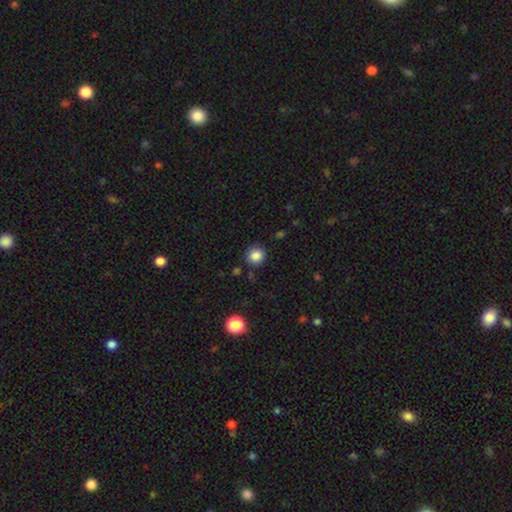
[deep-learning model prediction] smooth_or_featured: smooth (p=0.85) [alt: star or artifact p=0.11]
how_rounded: round (p=0.87) [alt: in between p=0.12]
merging: none (p=0.86) [alt: minor disturbance p=0.09]